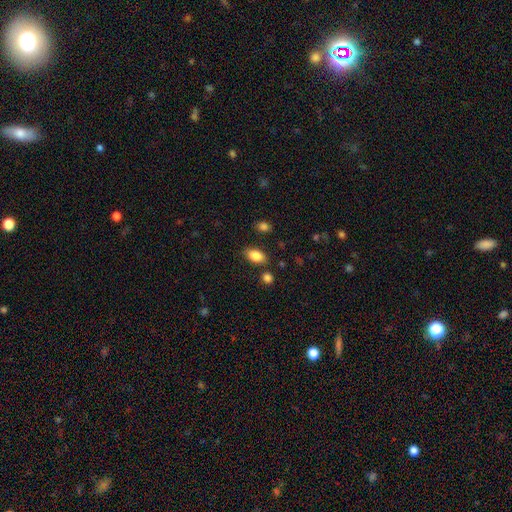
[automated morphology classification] smooth 86%, star or artifact 8%, featured or disk 6%. Down the decision tree: how rounded — in between (90%); merging — none (82%).